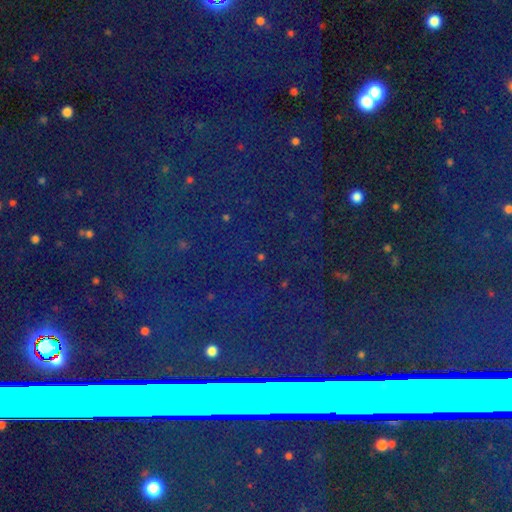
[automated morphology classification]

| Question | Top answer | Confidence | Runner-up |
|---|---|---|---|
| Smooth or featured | star or artifact | 78% | smooth (12%) |